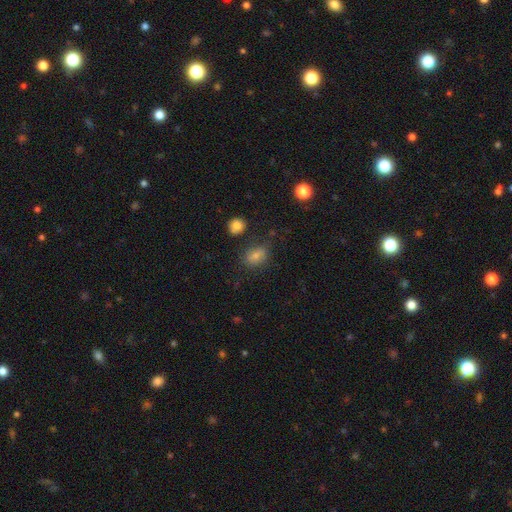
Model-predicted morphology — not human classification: Smooth or featured? Predicted: smooth (p=0.70). How rounded? Predicted: in between (p=0.60). Merging? Predicted: none (p=0.74).